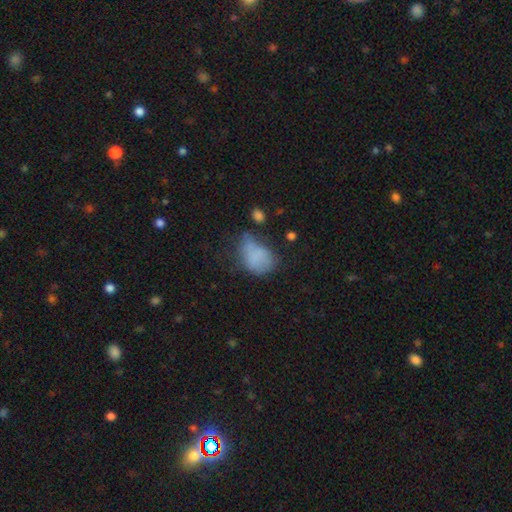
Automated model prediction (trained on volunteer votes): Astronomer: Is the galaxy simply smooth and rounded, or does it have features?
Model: smooth — 71%.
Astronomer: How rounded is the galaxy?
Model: in between — 76%.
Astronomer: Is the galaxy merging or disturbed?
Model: minor disturbance — 34% (runner-up: none, 30%).